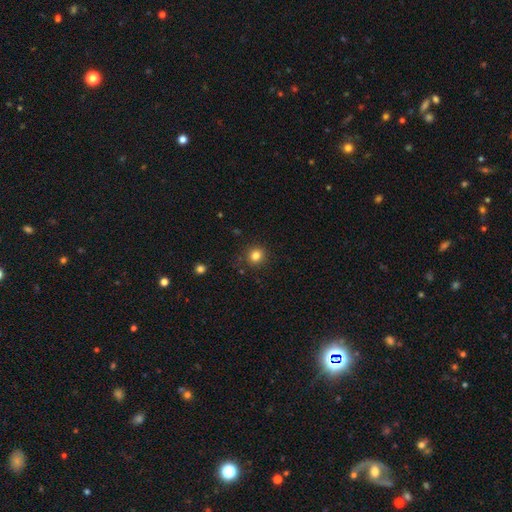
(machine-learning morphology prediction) type=smooth (82%); roundness=round (91%); merging=none (89%).